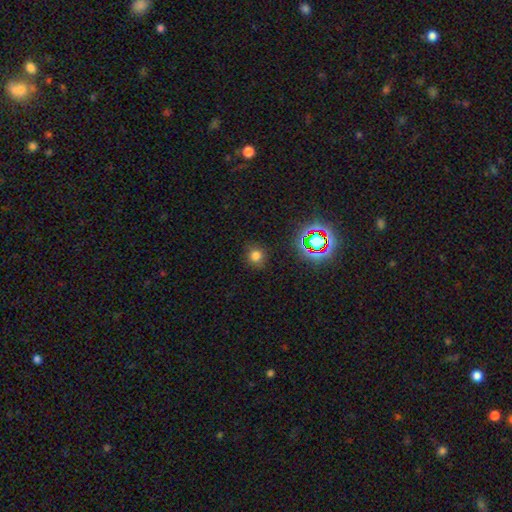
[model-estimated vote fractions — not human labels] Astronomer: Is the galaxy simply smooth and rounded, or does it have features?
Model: smooth — 73%.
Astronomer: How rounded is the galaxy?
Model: round — 91%.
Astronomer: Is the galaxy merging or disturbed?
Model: none — 87%.